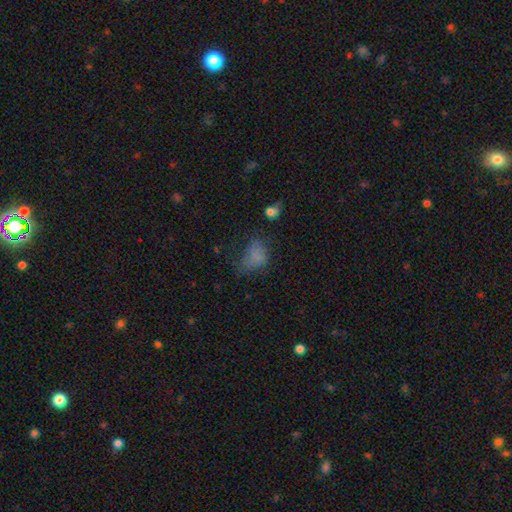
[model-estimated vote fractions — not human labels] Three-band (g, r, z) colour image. It shows a smooth galaxy with no disk features (69%) that is in between round and cigar-shaped (78%). Merging: major disturbance (33%, tied with none).